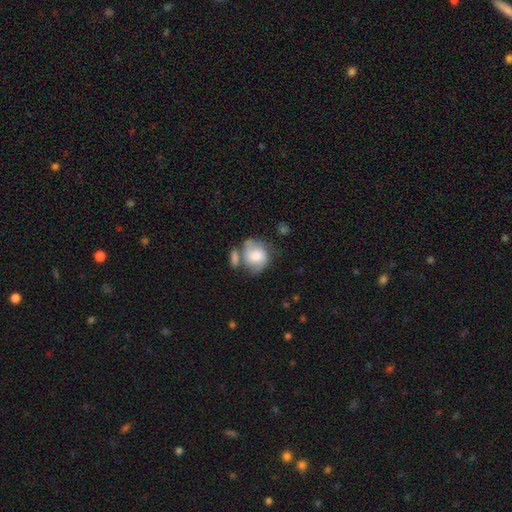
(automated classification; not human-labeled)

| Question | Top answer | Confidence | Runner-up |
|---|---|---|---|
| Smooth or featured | smooth | 56% | featured or disk (37%) |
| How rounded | round | 65% | in between (34%) |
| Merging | none | 41% | merger (24%) |